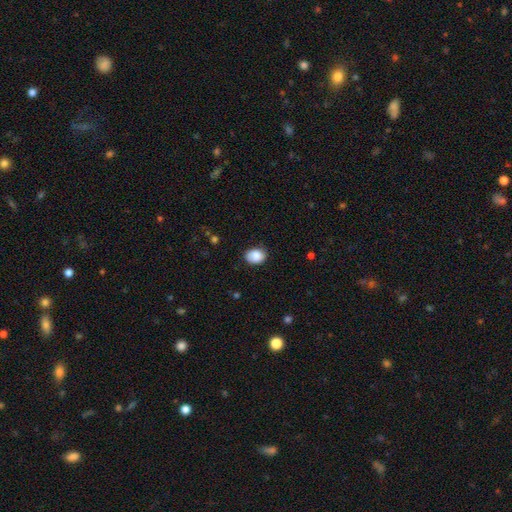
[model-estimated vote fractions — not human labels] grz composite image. It shows a smooth galaxy with no disk features (87%) that is in between round and cigar-shaped (65%). Merging: none (80%).